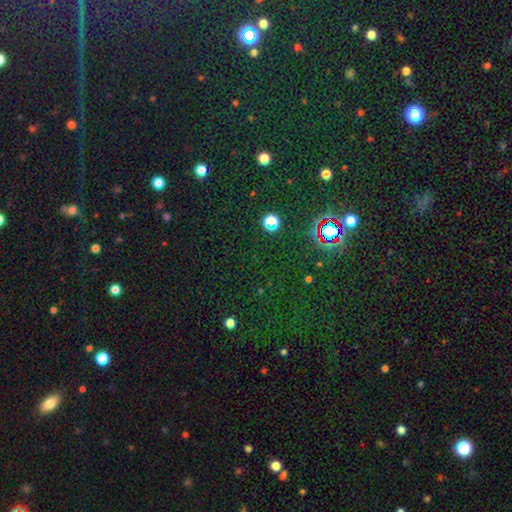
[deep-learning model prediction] Q: Smooth or featured?
A: star or artifact (78%); runner-up: smooth (15%)